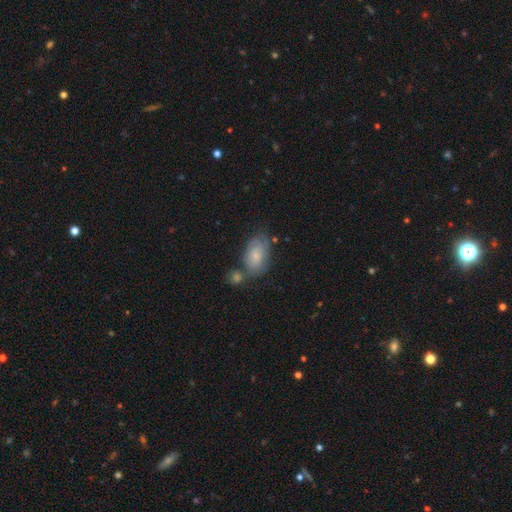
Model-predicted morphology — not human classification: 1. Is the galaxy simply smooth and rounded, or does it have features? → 58% smooth, 33% featured or disk, 8% star or artifact.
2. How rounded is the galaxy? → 89% in between, 9% round, 2% cigar-shaped.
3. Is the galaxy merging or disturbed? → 48% none, 23% minor disturbance, 21% merger, 9% major disturbance.